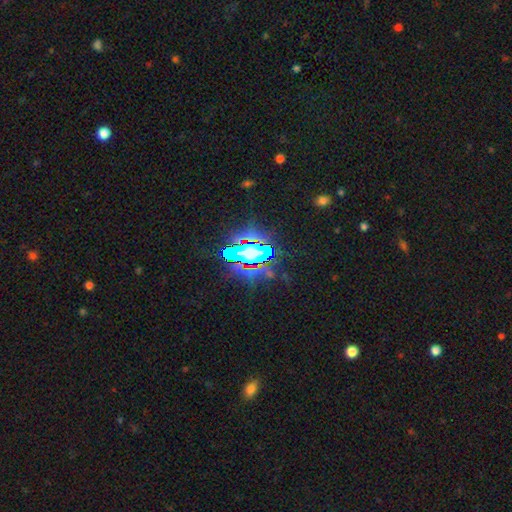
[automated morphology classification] type=star or artifact (82%).